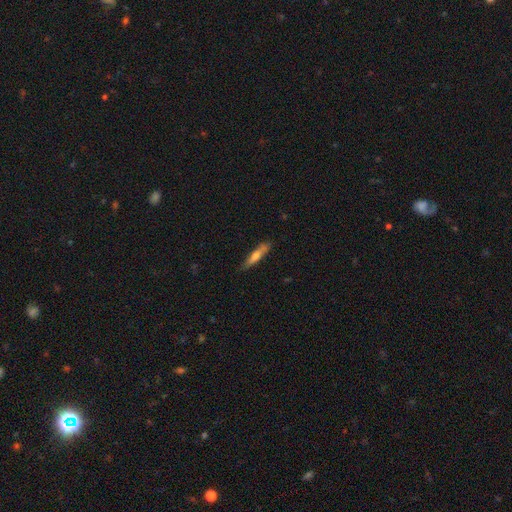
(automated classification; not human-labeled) Morphology: type=smooth (56%); roundness=cigar-shaped (88%); merging=none (81%).